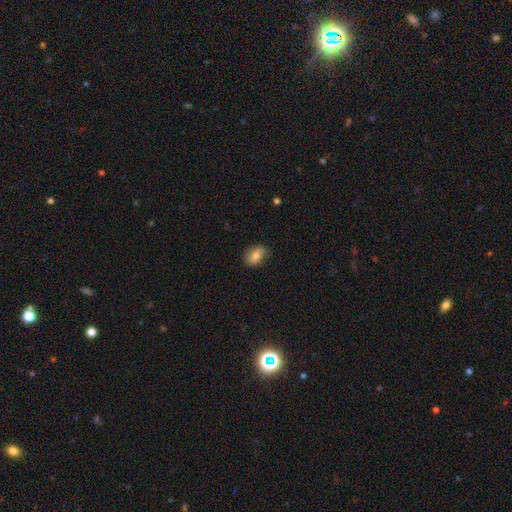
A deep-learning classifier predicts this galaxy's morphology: This appears to be a smooth galaxy with no disk features (78%) that is in between round and cigar-shaped (77%). Merging: none (80%).